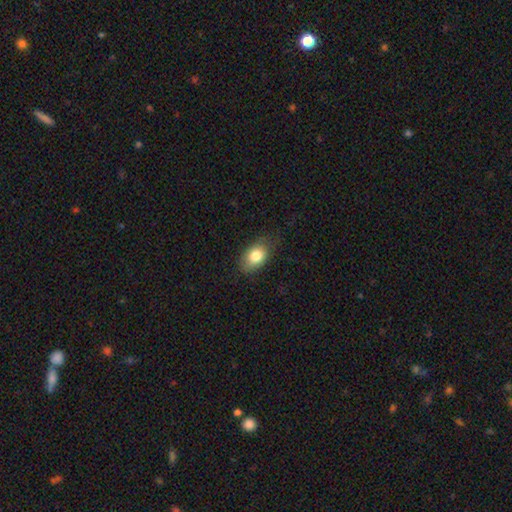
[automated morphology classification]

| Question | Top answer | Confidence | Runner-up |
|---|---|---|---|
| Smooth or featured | smooth | 80% | featured or disk (12%) |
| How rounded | in between | 85% | round (13%) |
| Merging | none | 73% | minor disturbance (21%) |